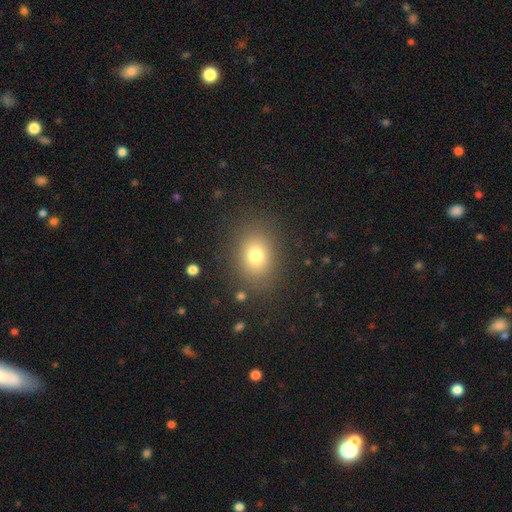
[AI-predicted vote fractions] The model was most divided on "how rounded": in between: 53%, round: 46%, cigar-shaped: 1%. More confident: merging — none (85%); smooth or featured — smooth (76%).